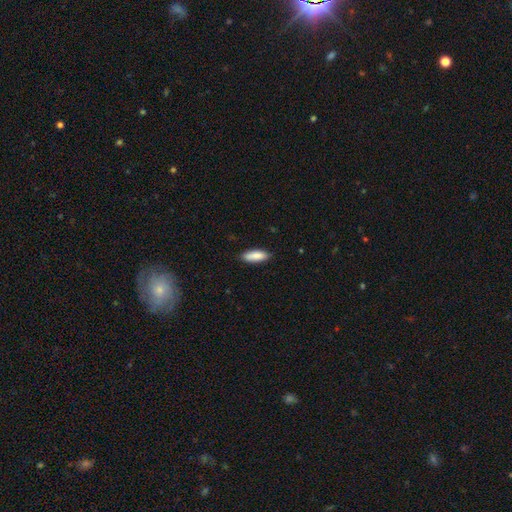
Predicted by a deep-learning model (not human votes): This appears to be a smooth galaxy with no disk features (87%) that is in between round and cigar-shaped (62%). Merging: none (86%).